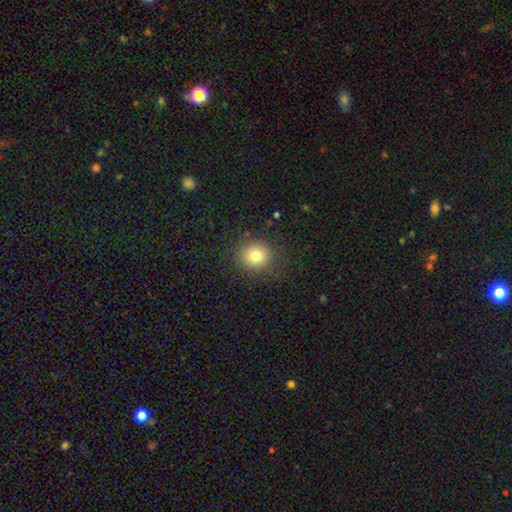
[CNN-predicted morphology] This appears to be a smooth galaxy with no disk features (77%) that is round (86%). Merging: none (85%).